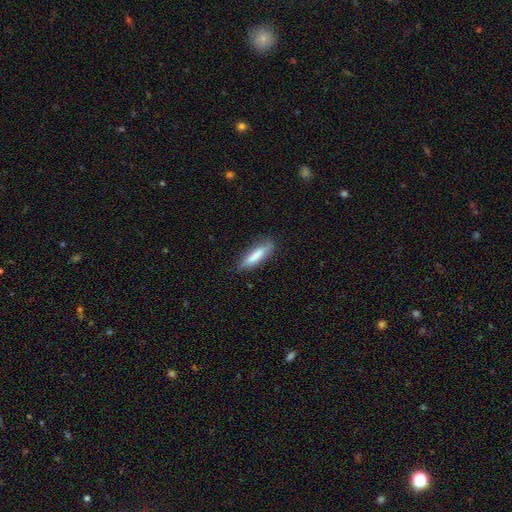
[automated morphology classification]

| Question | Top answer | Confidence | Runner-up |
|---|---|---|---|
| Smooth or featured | smooth | 76% | featured or disk (17%) |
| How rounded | cigar-shaped | 74% | in between (25%) |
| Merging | none | 80% | minor disturbance (16%) |